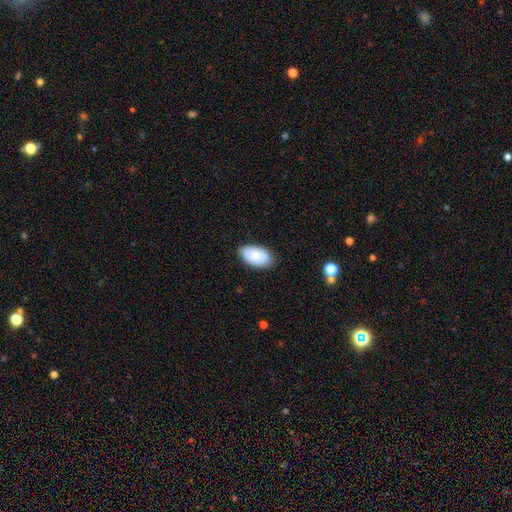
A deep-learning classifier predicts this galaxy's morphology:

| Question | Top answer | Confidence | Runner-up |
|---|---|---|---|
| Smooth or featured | smooth | 79% | featured or disk (14%) |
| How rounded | in between | 95% | round (4%) |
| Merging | none | 81% | minor disturbance (15%) |